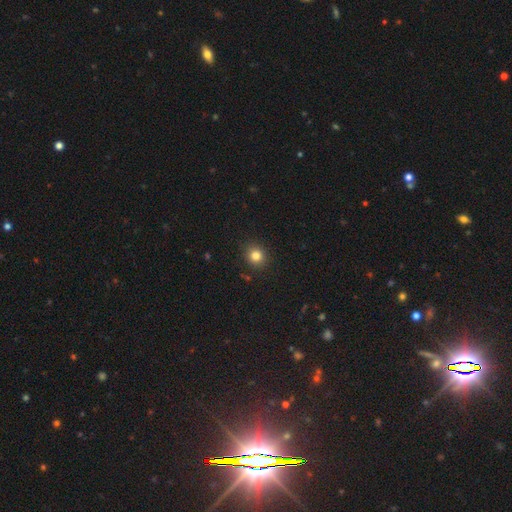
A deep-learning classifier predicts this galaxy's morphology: Overall: smooth (82%). How rounded: round (86%). Merging: none (90%).